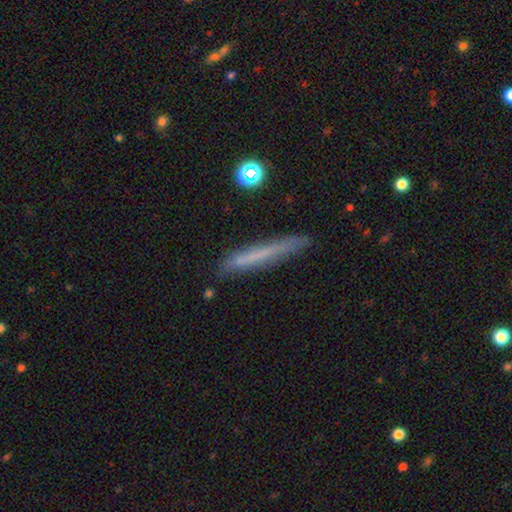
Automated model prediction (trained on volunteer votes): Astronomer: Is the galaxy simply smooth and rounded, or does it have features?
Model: smooth — 59%.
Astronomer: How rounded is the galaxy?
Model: cigar-shaped — 96%.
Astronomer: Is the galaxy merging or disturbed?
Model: none — 83%.